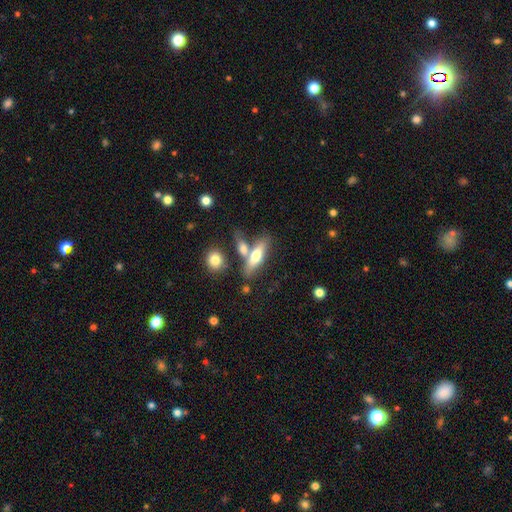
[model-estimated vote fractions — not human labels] Smooth or featured? Predicted: smooth (p=0.55). How rounded? Predicted: cigar-shaped (p=0.54). Merging? Predicted: none (p=0.54).